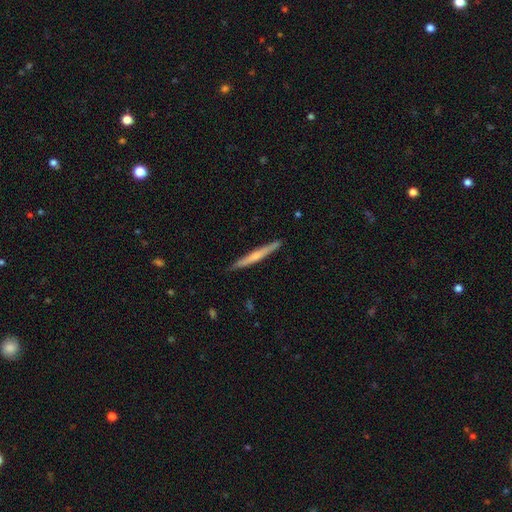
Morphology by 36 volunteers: Q: Smooth or featured?
A: featured or disk (53%); runner-up: smooth (44%)
Q: Edge-on disk?
A: yes (100%)
Q: Edge-on bulge?
A: none (47%); tied with: rounded (47%)
Q: Merging?
A: none (94%); runner-up: minor disturbance (6%)